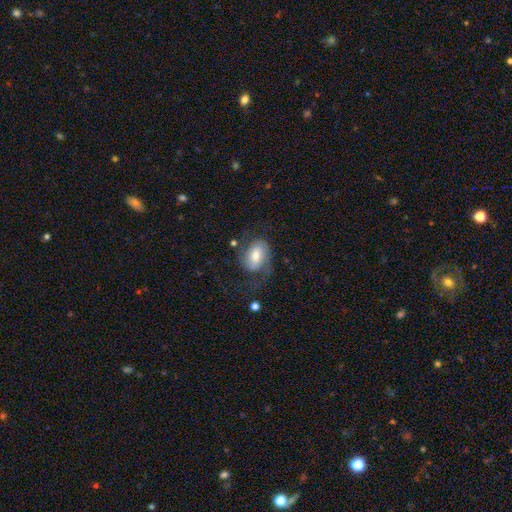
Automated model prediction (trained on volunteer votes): Morphology: type=featured or disk (49%); merging=none (48%).